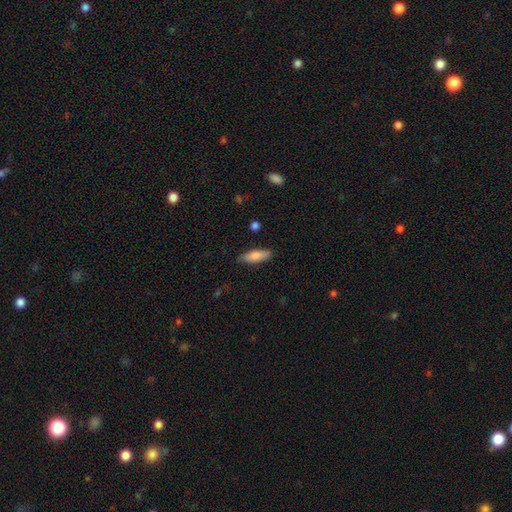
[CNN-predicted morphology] Smooth or featured? smooth (80%)
How rounded? in between (54%)
Merging? none (84%)